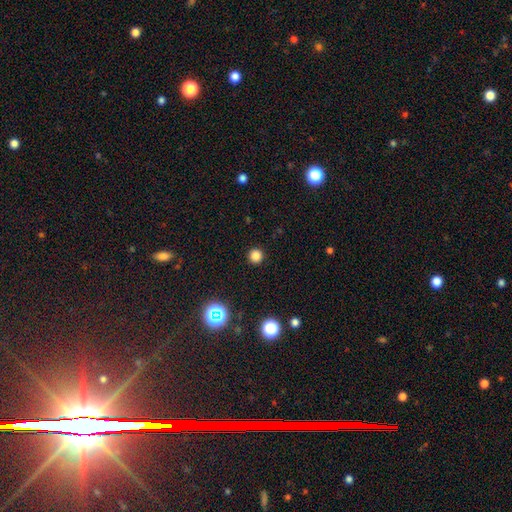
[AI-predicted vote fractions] A smooth galaxy with no disk features (81%) that is round (95%).

Vote fractions:
- Smooth or featured? smooth: 81% / star or artifact: 16% / featured or disk: 3%
- How rounded? round: 95% / in between: 4% / cigar-shaped: 1%
- Merging? none: 92% / minor disturbance: 5% / major disturbance: 2% / merger: 1%